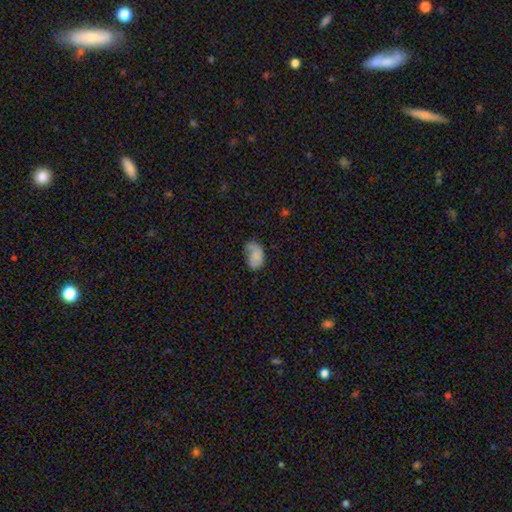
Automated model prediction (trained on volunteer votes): smooth 62%, featured or disk 29%, star or artifact 9%. Down the decision tree: how rounded — in between (86%); merging — major disturbance (33%).